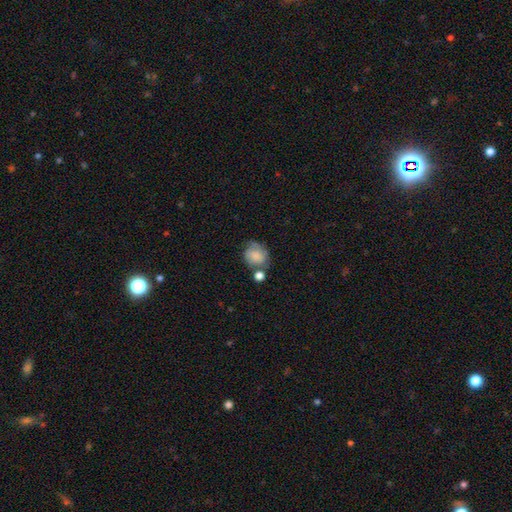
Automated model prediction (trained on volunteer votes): Overall: smooth (70%). How rounded: round (59%; in between 40%). Merging: none (43%; minor disturbance 25%).